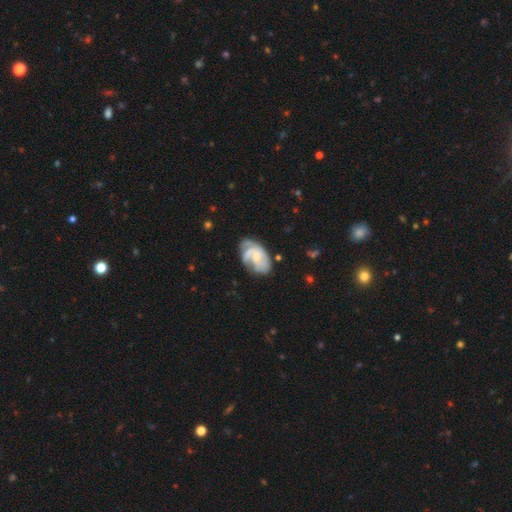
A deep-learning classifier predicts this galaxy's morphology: Smooth or featured?
  - featured or disk: 75% *
  - smooth: 20%
  - star or artifact: 6%
Edge-on disk?
  - no: 97% *
  - yes: 3%
Bar?
  - no: 61% *
  - weak: 33%
  - strong: 6%
Spiral arms?
  - yes: 91% *
  - no: 9%
Spiral winding?
  - tight: 44% *
  - medium: 40%
  - loose: 17%
Spiral arm count?
  - 2: 32% *
  - can't tell: 26%
  - 3: 25%
  - 1: 9%
  - 4: 5%
  - more than 4: 3%
Bulge size?
  - small: 58% *
  - moderate: 31%
  - none: 8%
  - large: 2%
  - dominant: 1%
Merging?
  - none: 52% *
  - minor disturbance: 27%
  - major disturbance: 17%
  - merger: 4%